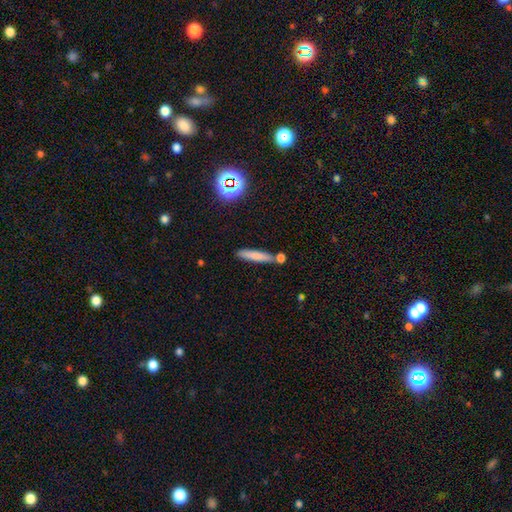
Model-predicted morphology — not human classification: Smooth or featured? smooth (75%)
How rounded? cigar-shaped (88%)
Merging? none (74%)